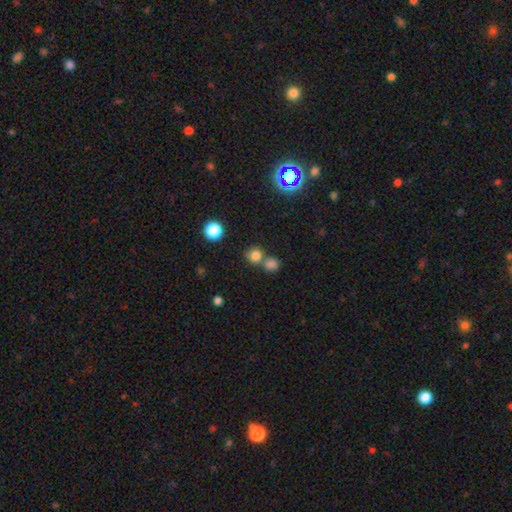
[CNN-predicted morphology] smooth_or_featured: smooth (p=0.79) [alt: star or artifact p=0.15]
how_rounded: round (p=0.87) [alt: in between p=0.12]
merging: none (p=0.58) [alt: merger p=0.33]